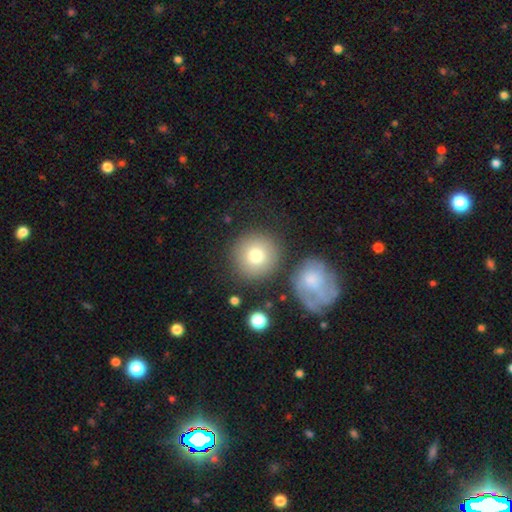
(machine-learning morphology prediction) Overall: smooth (80%). How rounded: round (94%). Merging: none (80%).